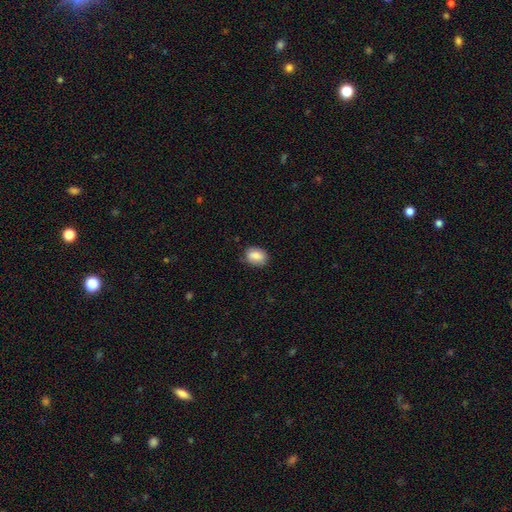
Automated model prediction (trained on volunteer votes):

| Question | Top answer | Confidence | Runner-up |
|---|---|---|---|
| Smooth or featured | smooth | 83% | featured or disk (10%) |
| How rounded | in between | 68% | round (31%) |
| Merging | none | 79% | minor disturbance (16%) |